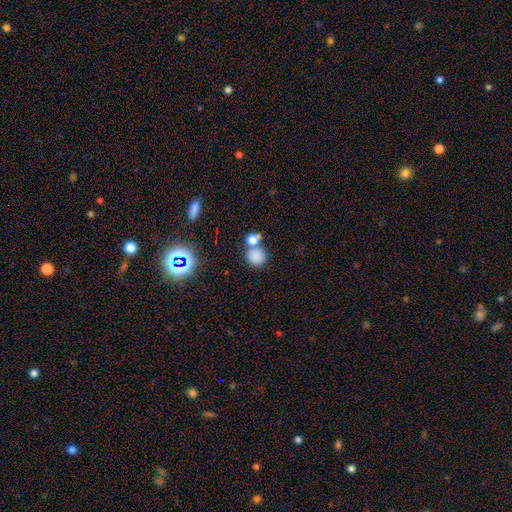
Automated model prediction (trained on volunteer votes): Smooth or featured: smooth — 79% (star or artifact — 15%)
How rounded: round — 83% (in between — 15%)
Merging: none — 58% (merger — 28%)